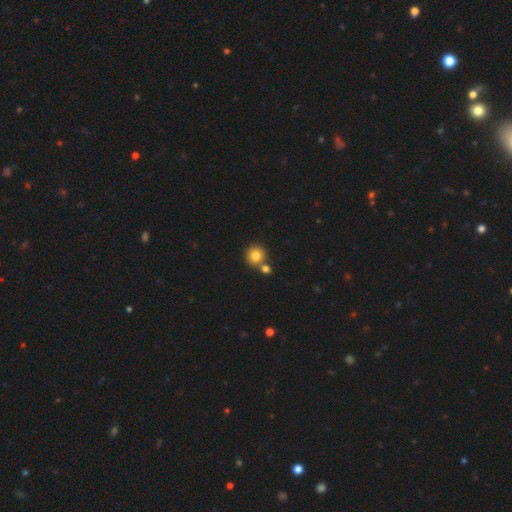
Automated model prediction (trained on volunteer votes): This appears to be a smooth galaxy with no disk features (81%) that is round (91%). Merging: none (64%).